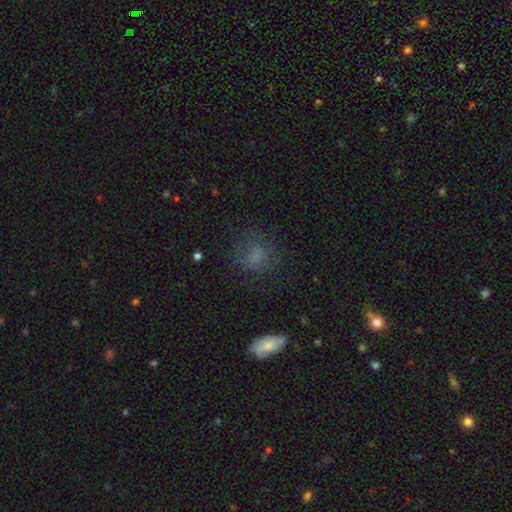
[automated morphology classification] Smooth or featured? smooth (65%)
How rounded? round (67%)
Merging? none (63%)